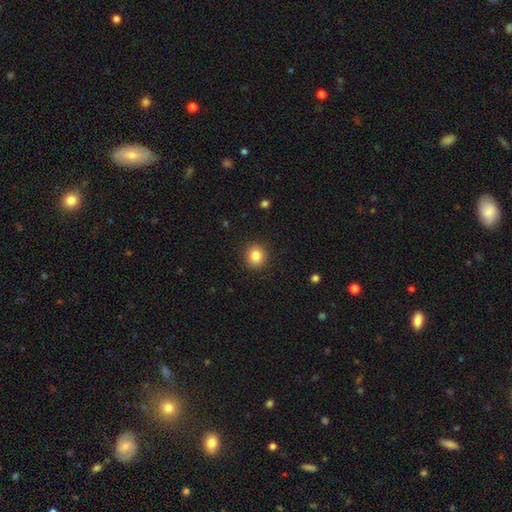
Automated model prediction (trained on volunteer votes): The model was most divided on "how rounded": round: 85%, in between: 14%, cigar-shaped: 1%. More confident: merging — none (91%); smooth or featured — smooth (84%).